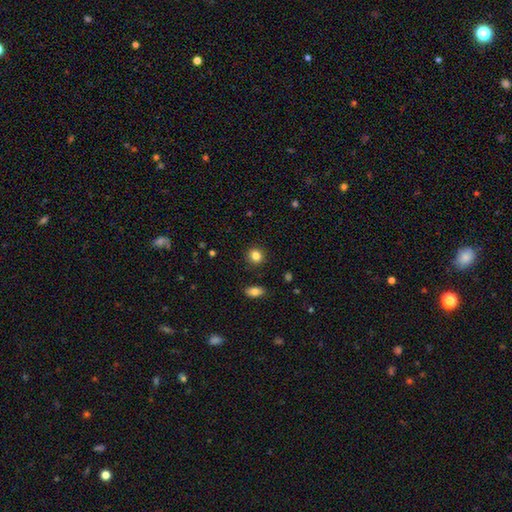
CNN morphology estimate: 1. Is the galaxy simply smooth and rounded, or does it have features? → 84% smooth, 10% star or artifact, 5% featured or disk.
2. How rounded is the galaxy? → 83% round, 16% in between, 1% cigar-shaped.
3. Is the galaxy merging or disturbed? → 90% none, 6% minor disturbance, 2% major disturbance, 1% merger.